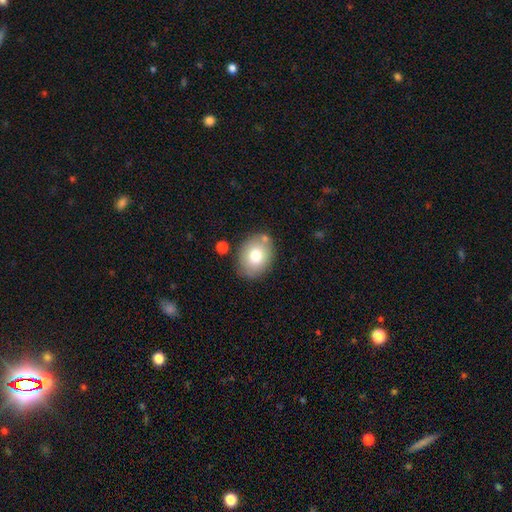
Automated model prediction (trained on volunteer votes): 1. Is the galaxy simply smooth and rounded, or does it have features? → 76% smooth, 15% featured or disk, 8% star or artifact.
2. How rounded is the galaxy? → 64% in between, 35% round, 1% cigar-shaped.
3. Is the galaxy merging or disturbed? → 78% none, 13% minor disturbance, 5% merger, 3% major disturbance.